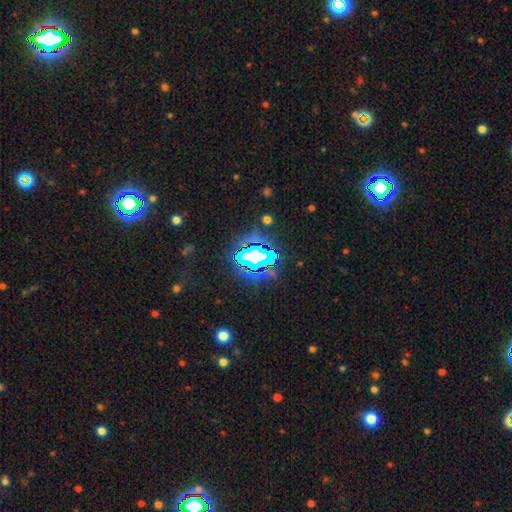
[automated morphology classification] Overall: star or artifact (66%).